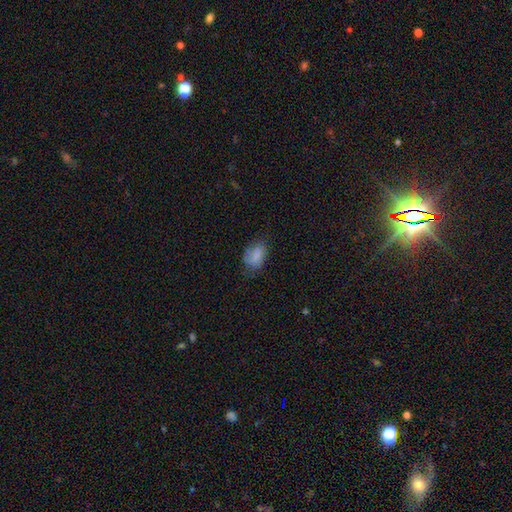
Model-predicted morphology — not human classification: Q: Smooth or featured?
A: smooth (74%); runner-up: featured or disk (17%)
Q: How rounded?
A: in between (86%); runner-up: round (13%)
Q: Merging?
A: none (51%); runner-up: minor disturbance (31%)